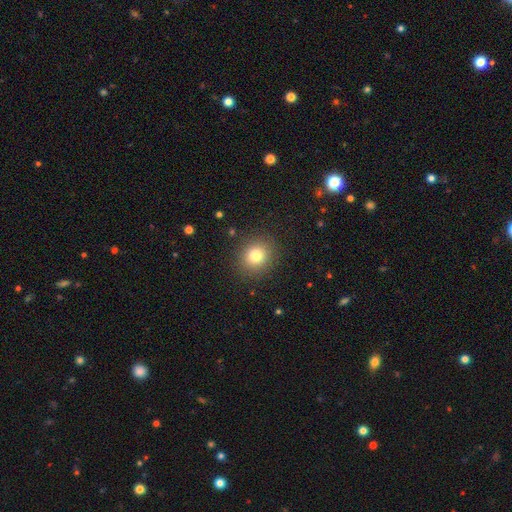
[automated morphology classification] Smooth or featured?
  - smooth: 78% *
  - star or artifact: 13%
  - featured or disk: 9%
How rounded?
  - round: 83% *
  - in between: 16%
  - cigar-shaped: 1%
Merging?
  - none: 89% *
  - minor disturbance: 7%
  - major disturbance: 3%
  - merger: 1%